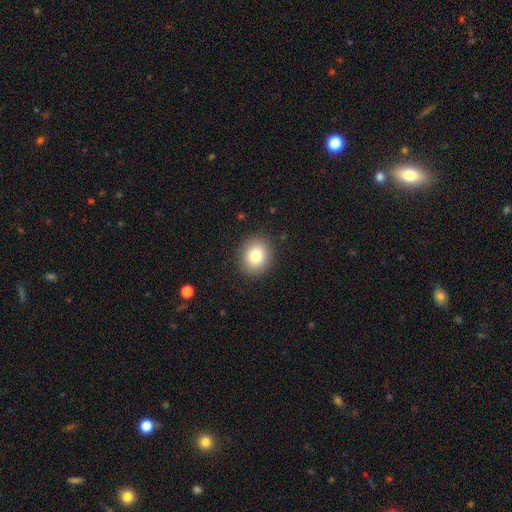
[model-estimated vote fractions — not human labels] Overall: smooth (81%). How rounded: round (74%). Merging: none (90%).